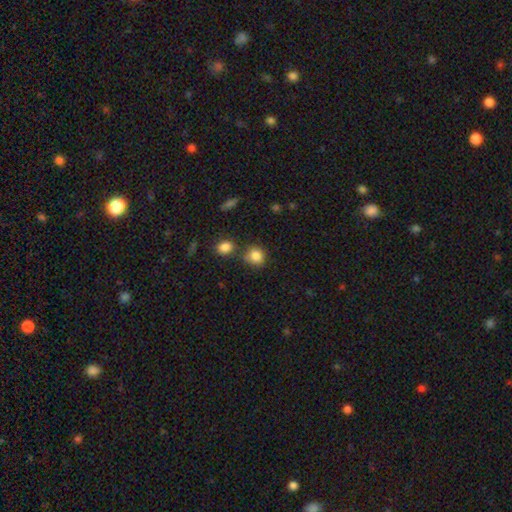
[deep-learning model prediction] Smooth or featured? Predicted: smooth (p=0.85). How rounded? Predicted: round (p=0.78). Merging? Predicted: none (p=0.66).